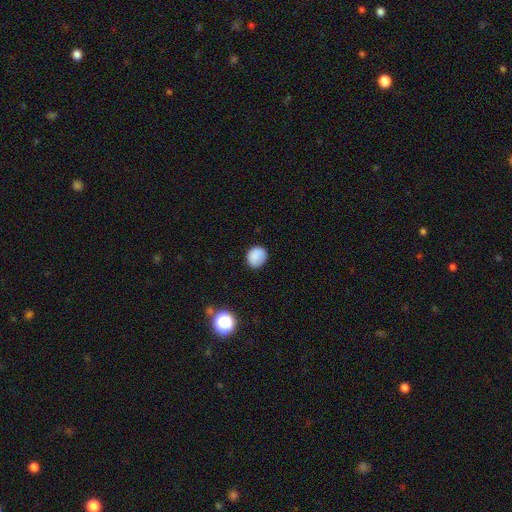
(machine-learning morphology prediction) Smooth or featured? Predicted: smooth (p=0.86). How rounded? Predicted: round (p=0.74). Merging? Predicted: none (p=0.84).